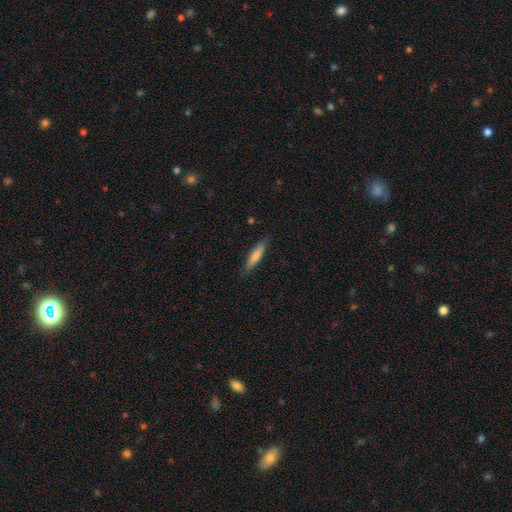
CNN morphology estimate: Smooth or featured: smooth — 74% (featured or disk — 20%)
How rounded: cigar-shaped — 83% (in between — 15%)
Merging: none — 83% (minor disturbance — 13%)